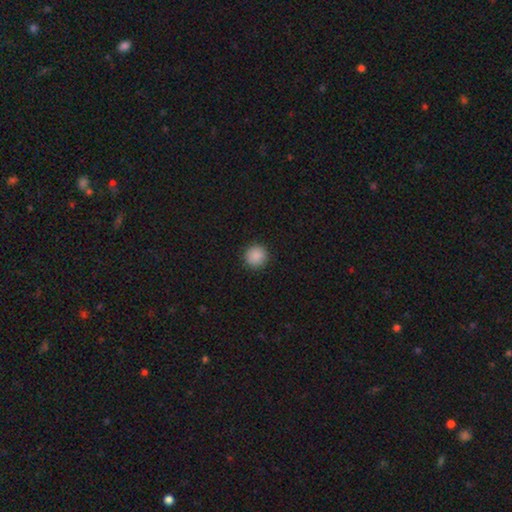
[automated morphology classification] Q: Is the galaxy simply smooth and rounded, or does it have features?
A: smooth — 89%.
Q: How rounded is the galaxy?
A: round — 95%.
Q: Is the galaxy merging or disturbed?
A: none — 92%.